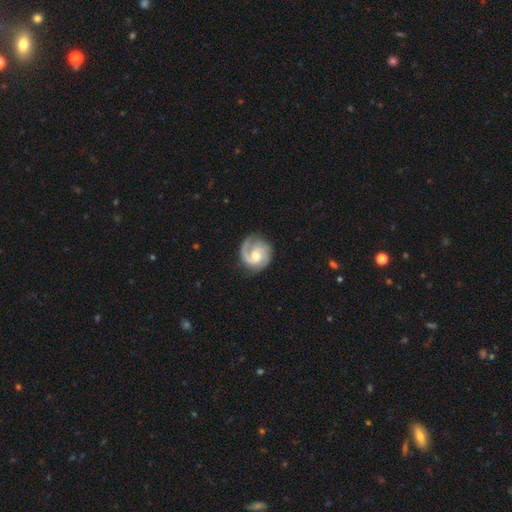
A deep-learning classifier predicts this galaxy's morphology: Smooth or featured: featured or disk — 81% (smooth — 14%)
Edge-on disk: no — 98% (yes — 2%)
Bar: no — 58% (weak — 36%)
Spiral arms: yes — 97% (no — 3%)
Spiral winding: tight — 45% (medium — 41%)
Spiral arm count: 2 — 61% (1 — 16%)
Bulge size: moderate — 52% (small — 33%)
Merging: none — 75% (minor disturbance — 17%)